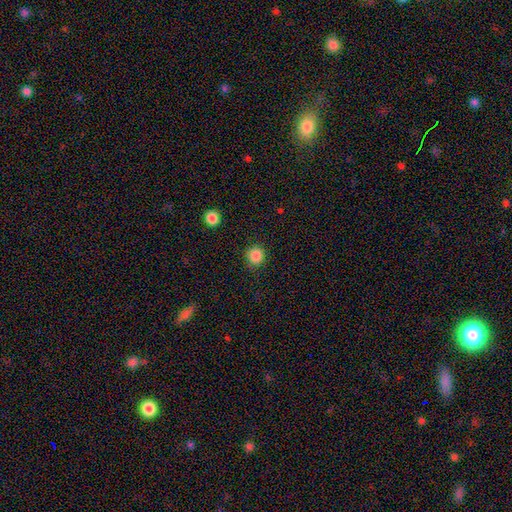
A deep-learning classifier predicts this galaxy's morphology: smooth 86%, star or artifact 11%, featured or disk 3%. Down the decision tree: how rounded — round (90%); merging — none (87%).